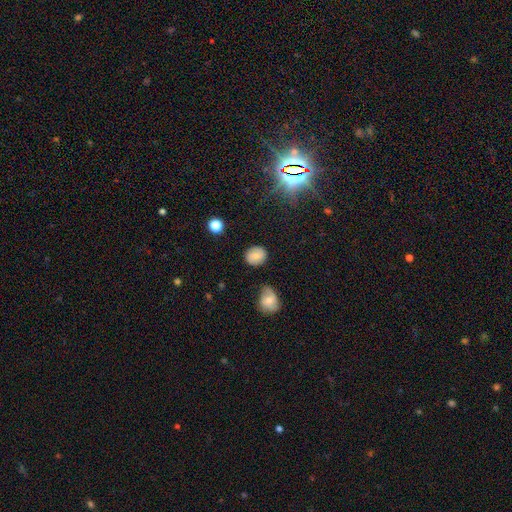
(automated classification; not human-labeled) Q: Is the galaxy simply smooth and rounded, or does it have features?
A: smooth — 72%.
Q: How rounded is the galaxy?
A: round — 74%.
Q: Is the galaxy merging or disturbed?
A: none — 79%.